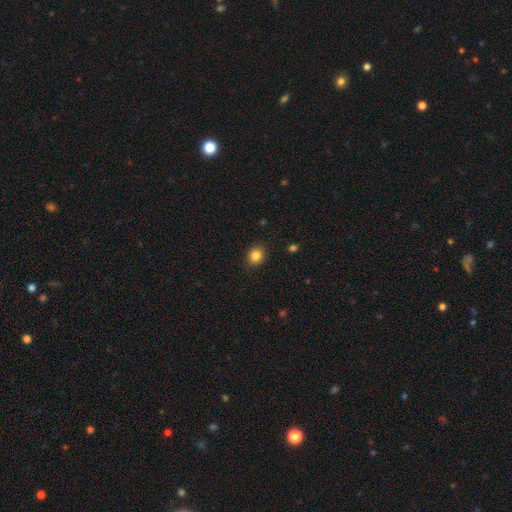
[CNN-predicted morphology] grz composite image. It shows a smooth galaxy with no disk features (84%) that is round (72%). Merging: none (88%).